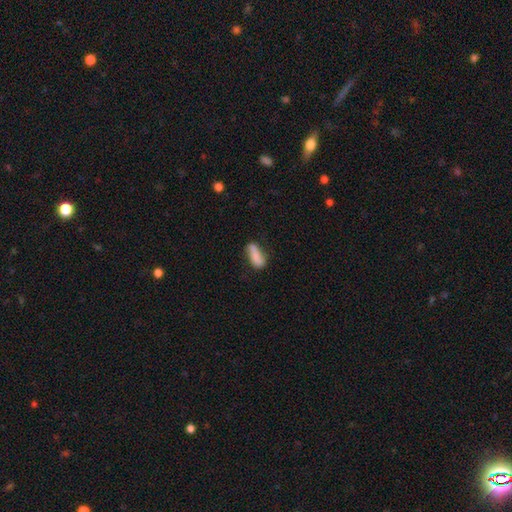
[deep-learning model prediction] smooth 76%, featured or disk 17%, star or artifact 7%. Down the decision tree: how rounded — in between (63%); merging — none (62%).